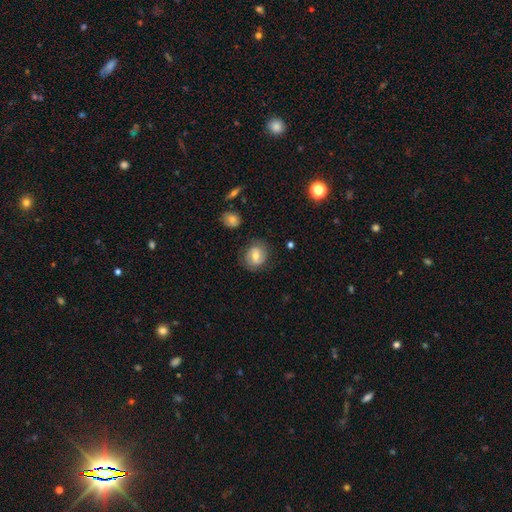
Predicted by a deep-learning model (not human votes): Morphology: type=smooth (49%); merging=none (77%).